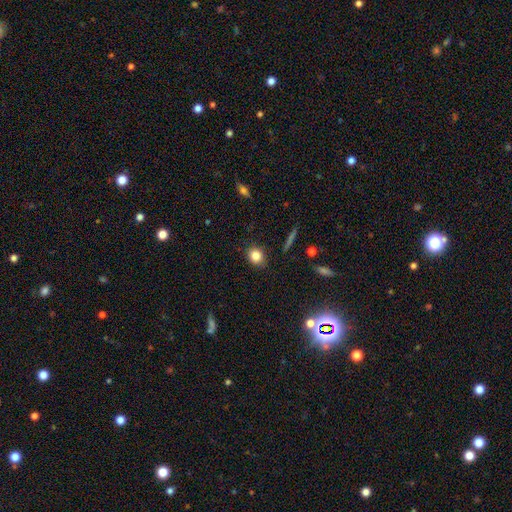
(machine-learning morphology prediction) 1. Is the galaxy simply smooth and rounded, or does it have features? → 82% smooth, 10% star or artifact, 8% featured or disk.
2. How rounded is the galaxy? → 67% round, 32% in between, 2% cigar-shaped.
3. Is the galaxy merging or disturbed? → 87% none, 9% minor disturbance, 2% major disturbance, 1% merger.